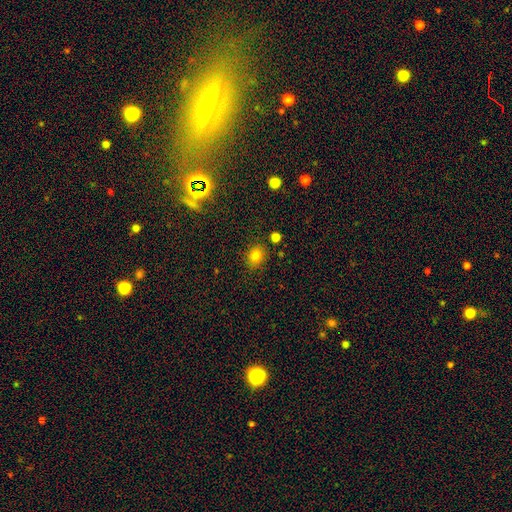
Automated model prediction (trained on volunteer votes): This appears to be a smooth galaxy with no disk features (80%) that is round (58%). Merging: none (83%).